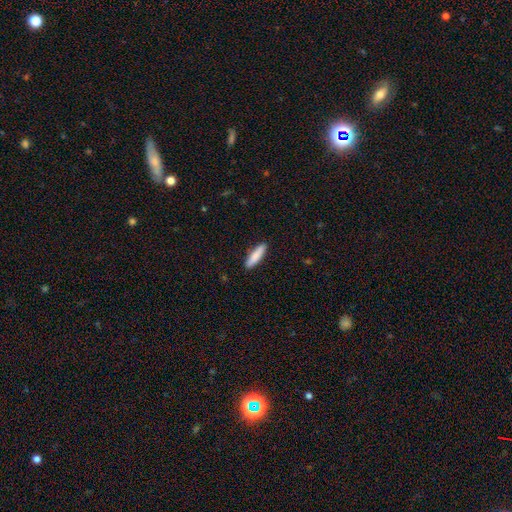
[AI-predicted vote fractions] The model was most divided on "how rounded": cigar-shaped: 73%, in between: 26%, round: 1%. More confident: merging — none (90%); smooth or featured — smooth (85%).